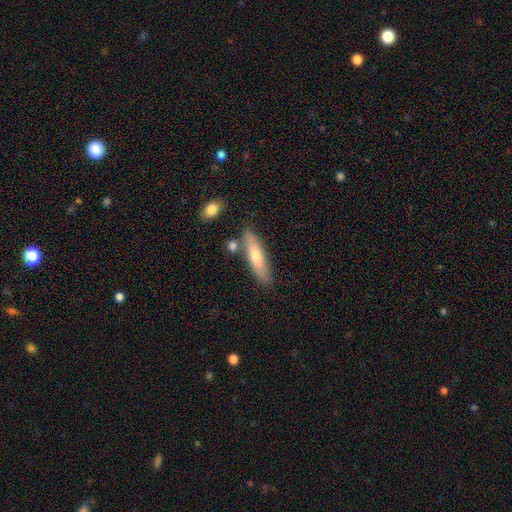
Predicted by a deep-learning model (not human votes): smooth-or-featured: smooth: 58% | featured or disk: 36% | star or artifact: 6%
  how-rounded: cigar-shaped: 77% | in between: 21% | round: 2%
  merging: none: 77% | minor disturbance: 13% | merger: 7% | major disturbance: 3%